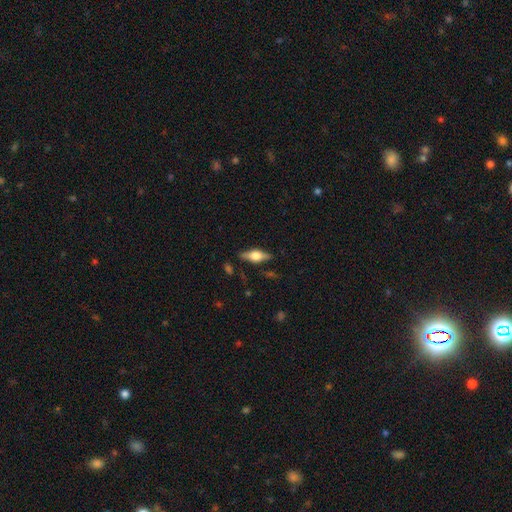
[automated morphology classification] Smooth or featured: featured or disk — 61% (smooth — 32%)
Edge-on disk: yes — 95% (no — 5%)
Edge-on bulge: rounded — 91% (boxy — 7%)
Merging: none — 85% (minor disturbance — 11%)